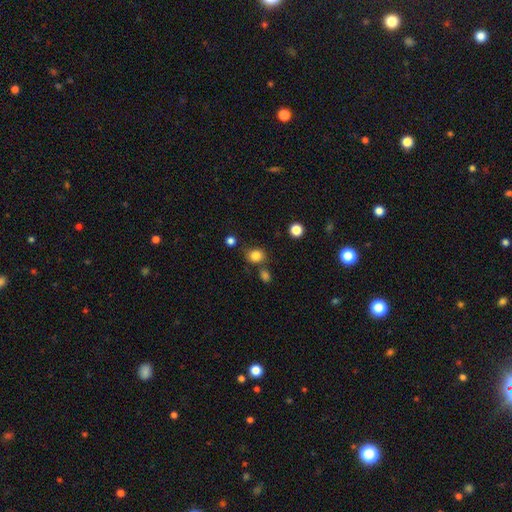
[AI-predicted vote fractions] This appears to be a smooth galaxy with no disk features (83%) that is round (70%). Merging: none (72%).